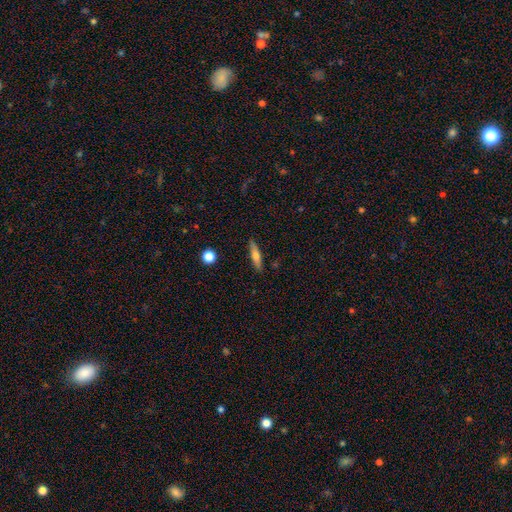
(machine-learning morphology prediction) Smooth or featured: smooth — 59% (featured or disk — 34%)
How rounded: cigar-shaped — 79% (in between — 19%)
Merging: none — 87% (minor disturbance — 9%)